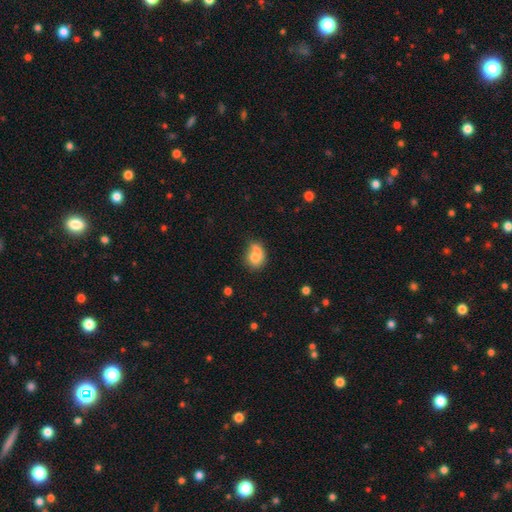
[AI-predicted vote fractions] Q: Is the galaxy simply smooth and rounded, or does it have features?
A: smooth — 71%.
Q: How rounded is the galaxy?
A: round — 61%.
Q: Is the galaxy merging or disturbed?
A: merger — 49%.